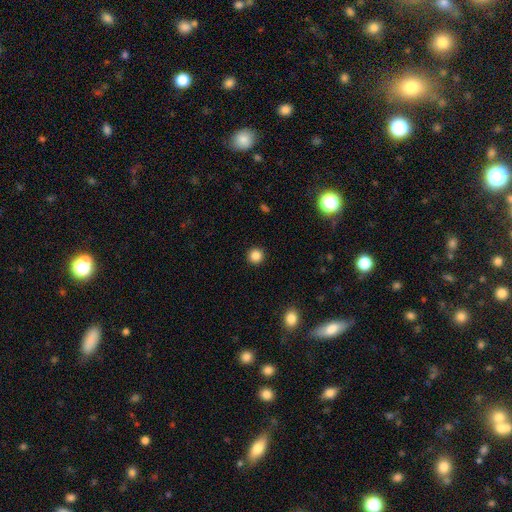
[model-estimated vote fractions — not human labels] This appears to be a smooth galaxy with no disk features (85%) that is round (95%). Merging: none (93%).